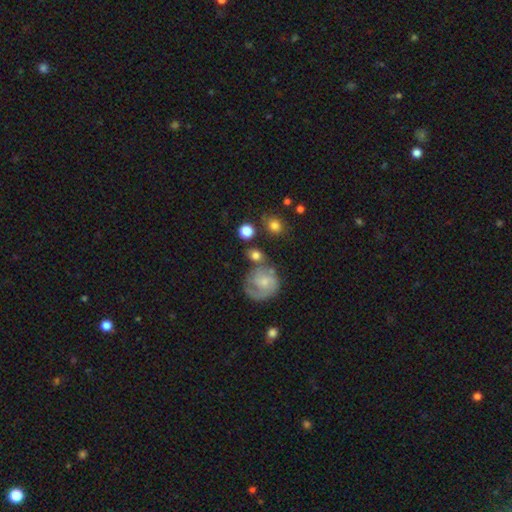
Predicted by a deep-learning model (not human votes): A smooth galaxy with no disk features (57%) that is round (74%). Merging: none (56%).